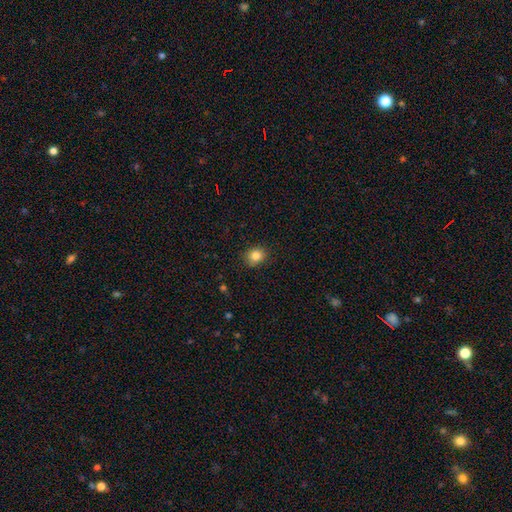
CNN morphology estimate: Overall: smooth (84%). How rounded: round (65%; in between 34%). Merging: none (85%).